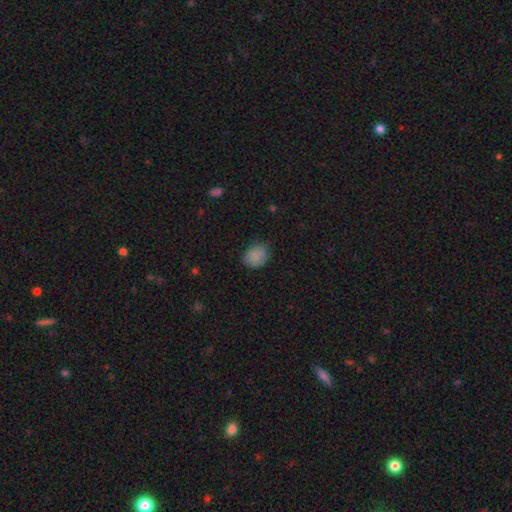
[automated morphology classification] type=smooth (85%); roundness=round (54%); merging=none (75%).